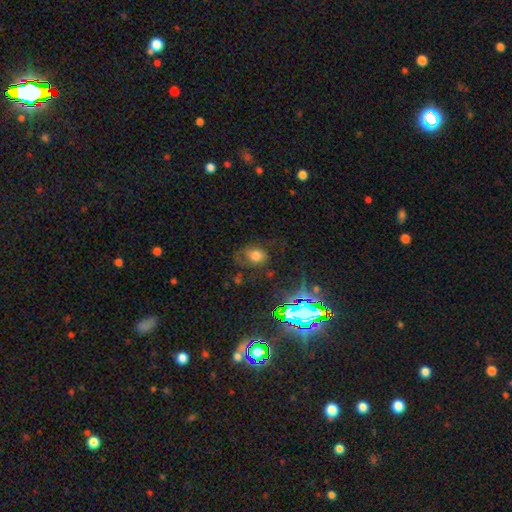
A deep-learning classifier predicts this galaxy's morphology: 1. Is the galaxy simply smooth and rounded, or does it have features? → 60% smooth, 20% featured or disk, 20% star or artifact.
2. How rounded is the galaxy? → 56% in between, 43% round, 1% cigar-shaped.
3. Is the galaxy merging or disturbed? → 52% none, 24% minor disturbance, 22% major disturbance, 3% merger.